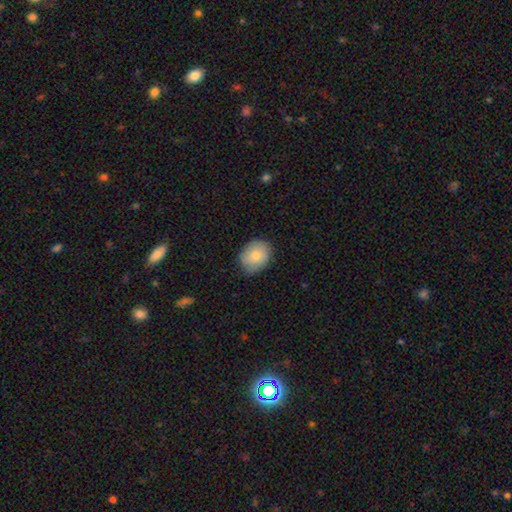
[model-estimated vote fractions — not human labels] Q: Smooth or featured?
A: smooth (76%); runner-up: featured or disk (18%)
Q: How rounded?
A: in between (51%); runner-up: round (48%)
Q: Merging?
A: none (77%); runner-up: minor disturbance (19%)